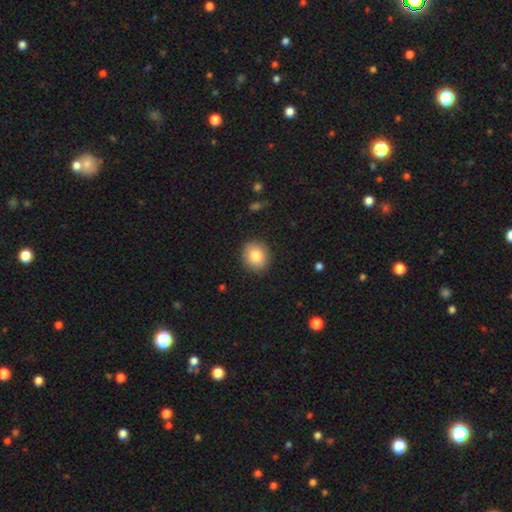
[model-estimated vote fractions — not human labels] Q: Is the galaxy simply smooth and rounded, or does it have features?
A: smooth — 84%.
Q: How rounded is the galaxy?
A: round — 76%.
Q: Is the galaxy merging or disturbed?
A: none — 90%.